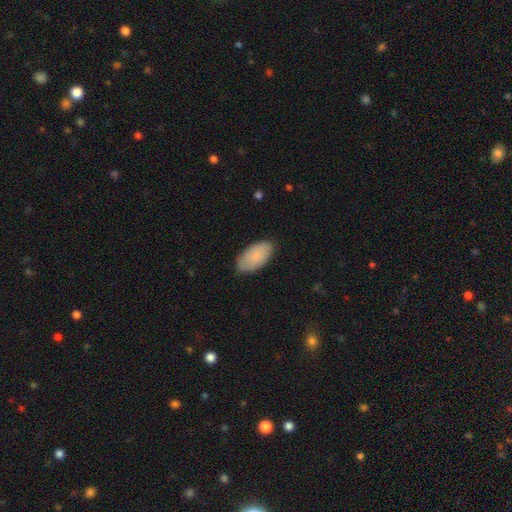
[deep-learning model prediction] A smooth galaxy with no disk features (84%) that is in between round and cigar-shaped (95%).

Vote fractions:
- Smooth or featured? smooth: 84% / featured or disk: 10% / star or artifact: 6%
- How rounded? in between: 95% / cigar-shaped: 2% / round: 2%
- Merging? none: 82% / minor disturbance: 14% / major disturbance: 2% / merger: 1%